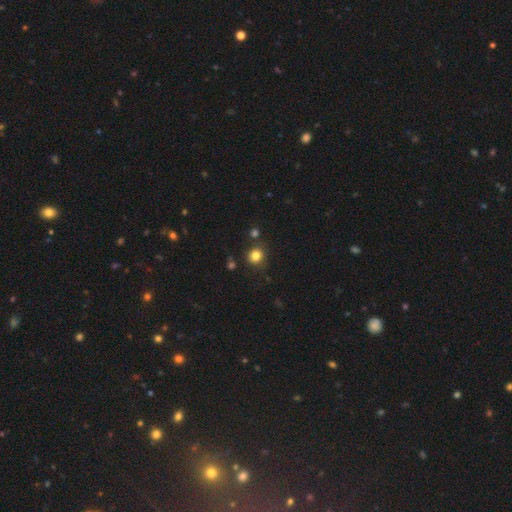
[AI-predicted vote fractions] smooth 81%, star or artifact 13%, featured or disk 6%. Down the decision tree: how rounded — round (86%); merging — none (83%).